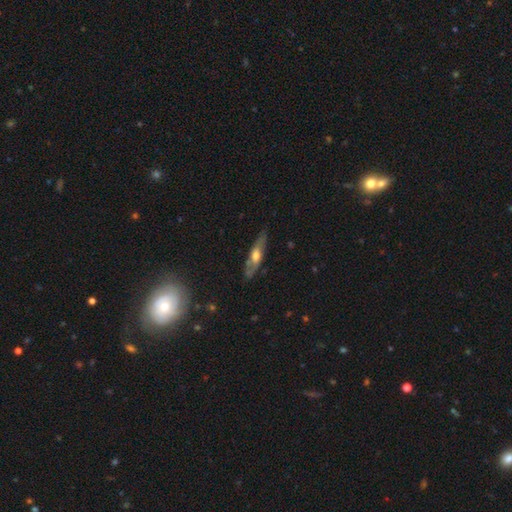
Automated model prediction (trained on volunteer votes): Morphology: type=featured or disk (59%); edge-on=yes (60%); merging=none (75%).